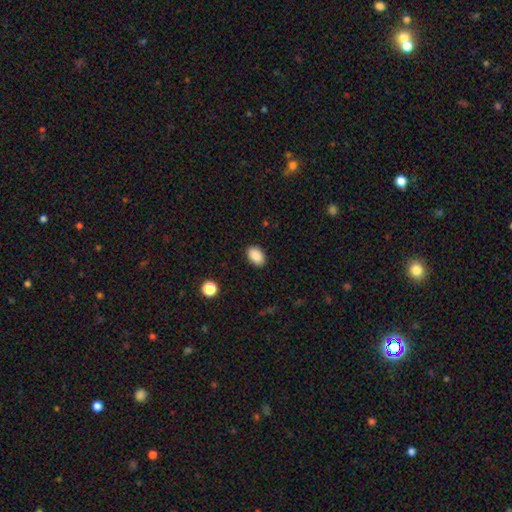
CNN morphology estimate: smooth-or-featured: smooth: 89% | star or artifact: 8% | featured or disk: 3%
  how-rounded: in between: 89% | round: 10% | cigar-shaped: 1%
  merging: none: 89% | minor disturbance: 8% | major disturbance: 2% | merger: 1%